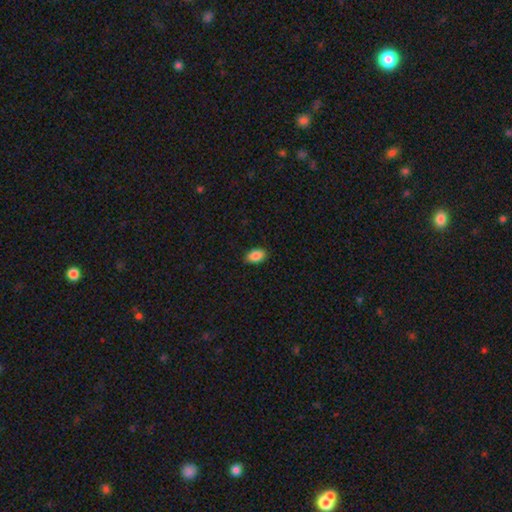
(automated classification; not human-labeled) A smooth galaxy with no disk features (89%) that is in between round and cigar-shaped (91%). Merging: none (88%).